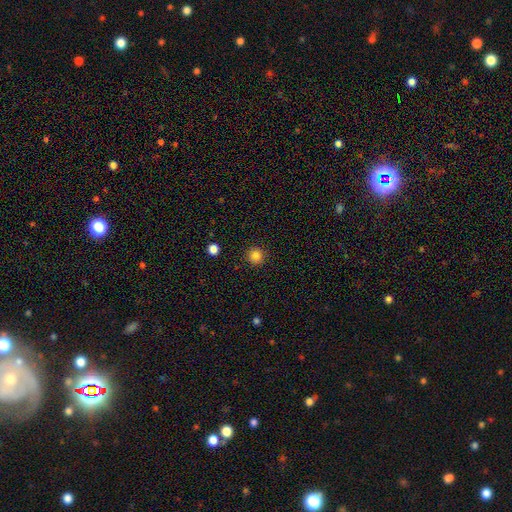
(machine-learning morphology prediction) Smooth or featured?
  - smooth: 84% *
  - star or artifact: 12%
  - featured or disk: 4%
How rounded?
  - round: 95% *
  - in between: 4%
  - cigar-shaped: 1%
Merging?
  - none: 92% *
  - minor disturbance: 5%
  - major disturbance: 2%
  - merger: 1%